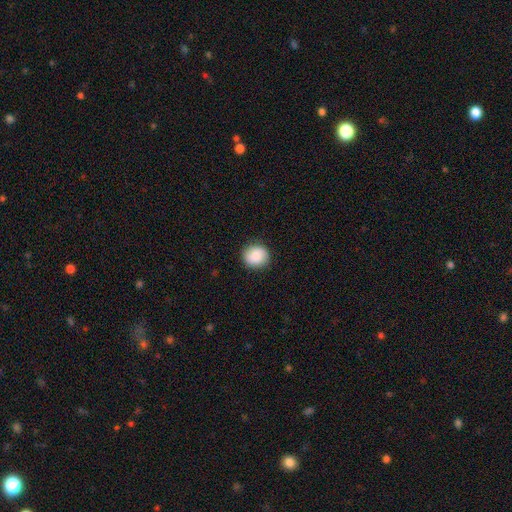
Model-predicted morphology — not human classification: Smooth or featured: smooth — 87% (star or artifact — 7%)
How rounded: round — 86% (in between — 13%)
Merging: none — 88% (minor disturbance — 9%)